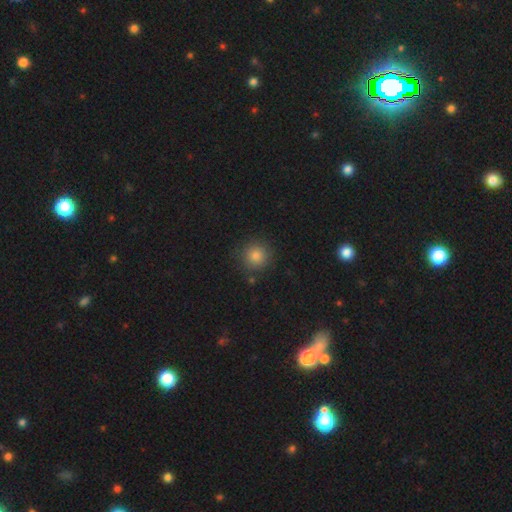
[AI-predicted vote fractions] Smooth or featured? Predicted: smooth (p=0.81). How rounded? Predicted: round (p=0.94). Merging? Predicted: none (p=0.87).